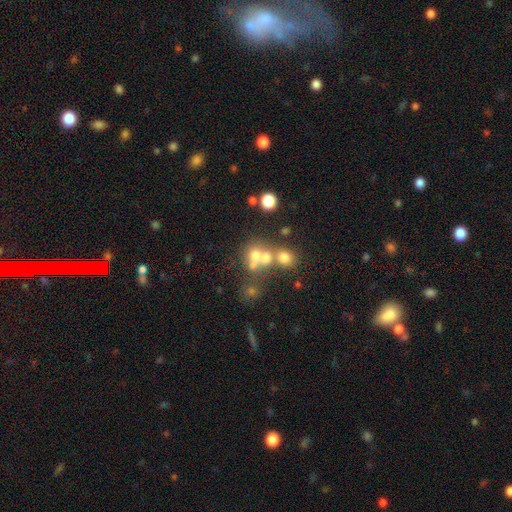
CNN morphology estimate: Smooth or featured?
  - smooth: 58% *
  - featured or disk: 22%
  - star or artifact: 20%
How rounded?
  - round: 70% *
  - in between: 28%
  - cigar-shaped: 2%
Merging?
  - merger: 51% *
  - none: 34%
  - minor disturbance: 8%
  - major disturbance: 7%